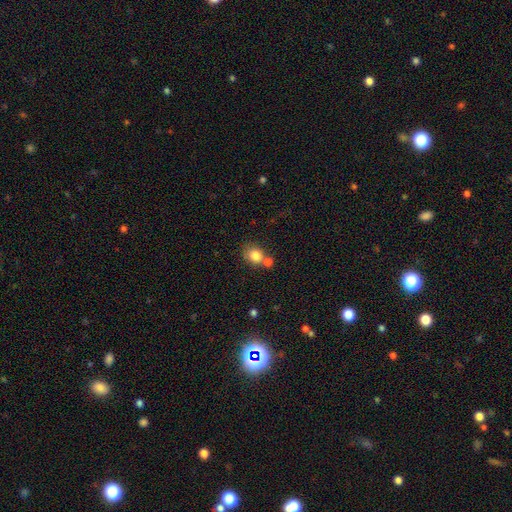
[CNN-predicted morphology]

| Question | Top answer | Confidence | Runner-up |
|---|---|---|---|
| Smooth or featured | smooth | 82% | star or artifact (10%) |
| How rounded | round | 65% | in between (34%) |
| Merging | none | 50% | merger (32%) |